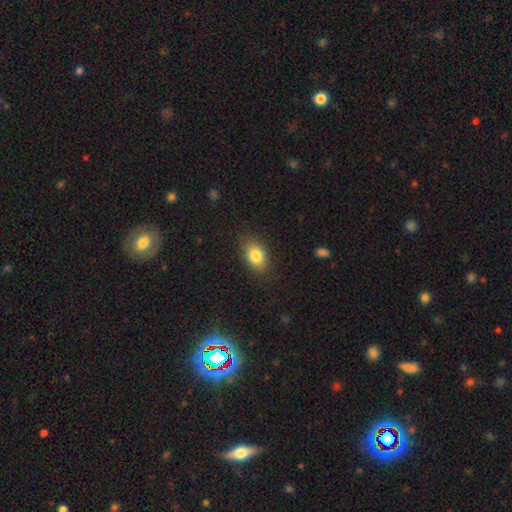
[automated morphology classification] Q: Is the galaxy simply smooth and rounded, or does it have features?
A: smooth — 83%.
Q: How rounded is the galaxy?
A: in between — 84%.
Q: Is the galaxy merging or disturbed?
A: none — 84%.